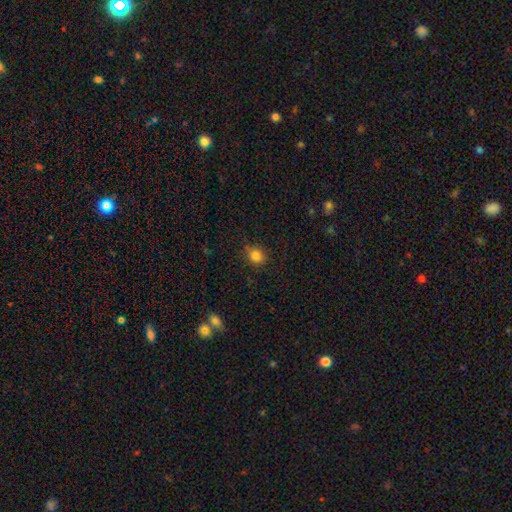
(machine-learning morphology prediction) Smooth or featured: smooth — 84% (star or artifact — 11%)
How rounded: round — 79% (in between — 20%)
Merging: none — 86% (minor disturbance — 10%)